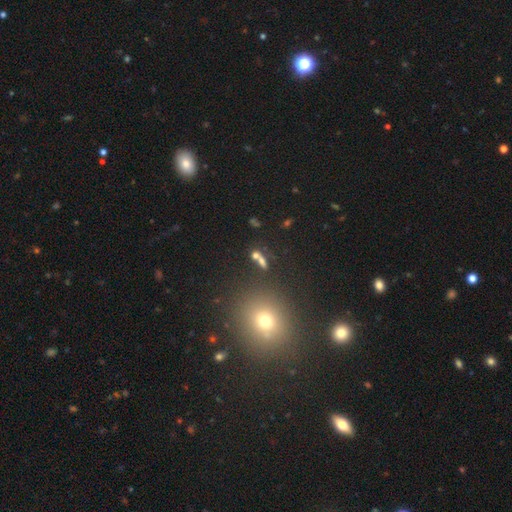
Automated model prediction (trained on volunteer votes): The model was most divided on "how rounded": in between: 46%, round: 36%, cigar-shaped: 17%. More confident: smooth or featured — smooth (59%); merging — none (57%).